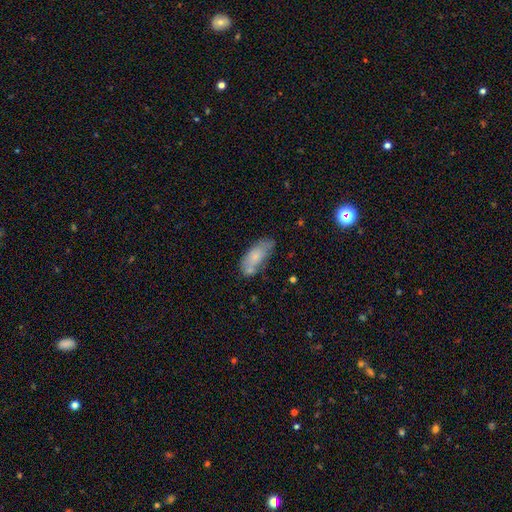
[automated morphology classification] Smooth or featured? Predicted: smooth (p=0.66). How rounded? Predicted: in between (p=0.78). Merging? Predicted: none (p=0.54).